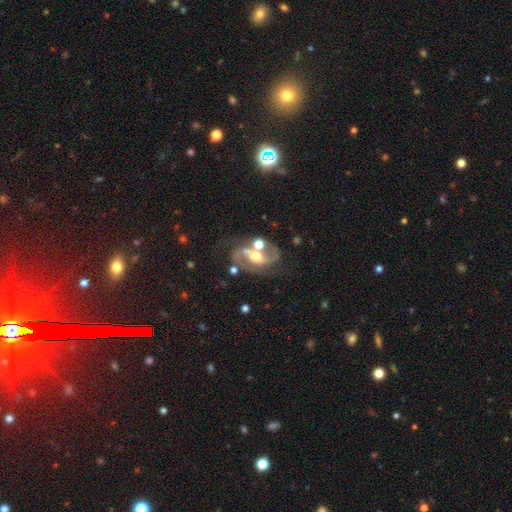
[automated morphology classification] Q: Smooth or featured?
A: featured or disk (87%); runner-up: star or artifact (7%)
Q: Edge-on disk?
A: no (97%); runner-up: yes (3%)
Q: Bar?
A: weak (35%); runner-up: no (34%)
Q: Spiral arms?
A: yes (95%); runner-up: no (5%)
Q: Spiral winding?
A: medium (59%); runner-up: loose (22%)
Q: Spiral arm count?
A: 2 (91%); runner-up: can't tell (3%)
Q: Bulge size?
A: moderate (64%); runner-up: small (26%)
Q: Merging?
A: none (60%); runner-up: minor disturbance (17%)